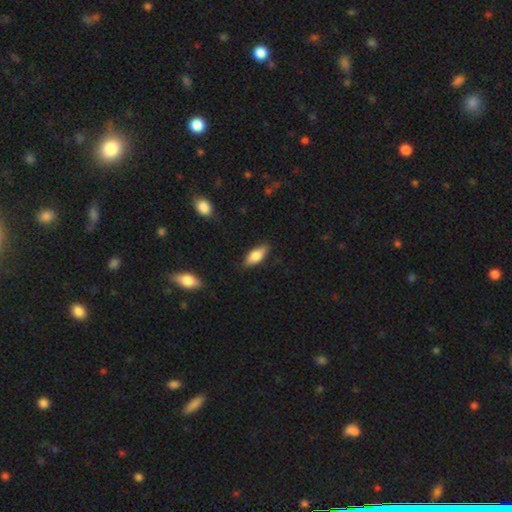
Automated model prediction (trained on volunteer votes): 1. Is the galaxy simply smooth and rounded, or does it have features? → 71% smooth, 22% featured or disk, 6% star or artifact.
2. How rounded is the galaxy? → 73% in between, 24% cigar-shaped, 3% round.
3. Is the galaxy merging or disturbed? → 83% none, 13% minor disturbance, 3% major disturbance, 1% merger.